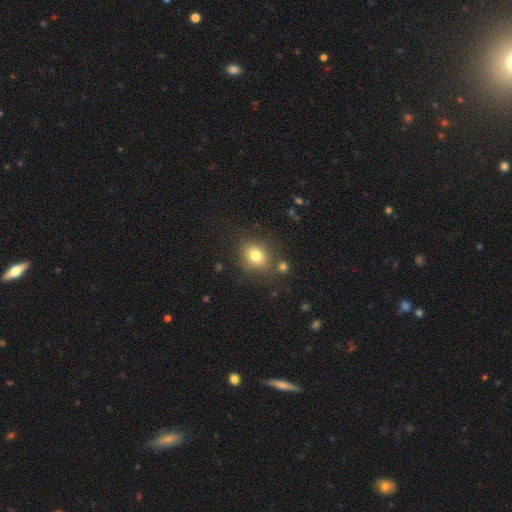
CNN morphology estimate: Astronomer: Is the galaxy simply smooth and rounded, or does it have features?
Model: smooth — 78%.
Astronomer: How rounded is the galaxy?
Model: round — 60% (runner-up: in between, 39%).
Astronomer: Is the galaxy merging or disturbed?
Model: none — 75%.